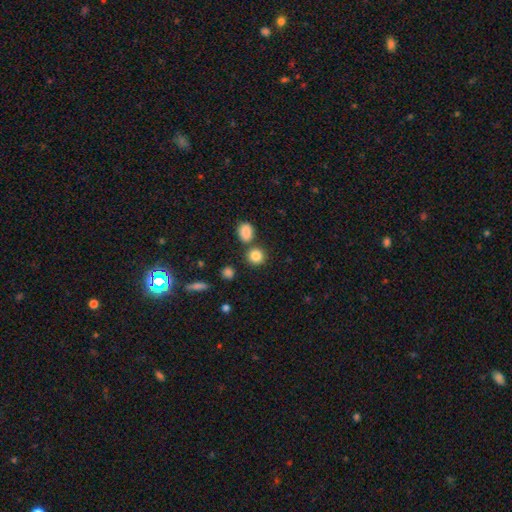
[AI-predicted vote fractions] Overall: smooth (85%). How rounded: round (84%). Merging: none (70%).